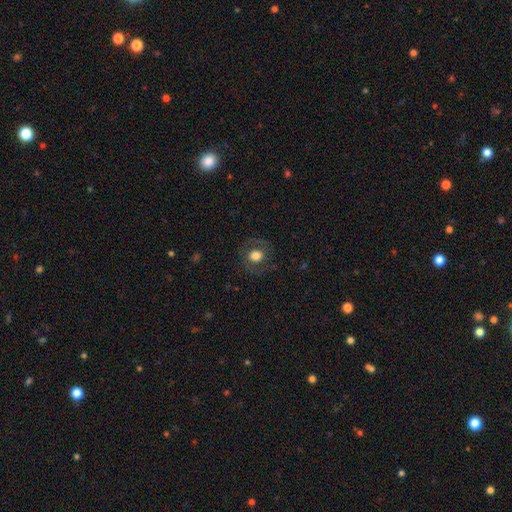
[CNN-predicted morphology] Smooth or featured?
  - smooth: 65% *
  - featured or disk: 25%
  - star or artifact: 10%
How rounded?
  - round: 67% *
  - in between: 32%
  - cigar-shaped: 1%
Merging?
  - none: 79% *
  - minor disturbance: 12%
  - major disturbance: 8%
  - merger: 1%